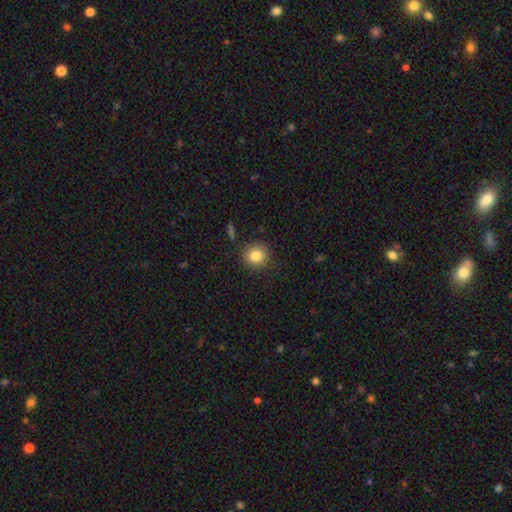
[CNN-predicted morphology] Smooth or featured: smooth — 84% (star or artifact — 10%)
How rounded: round — 88% (in between — 11%)
Merging: none — 84% (minor disturbance — 11%)